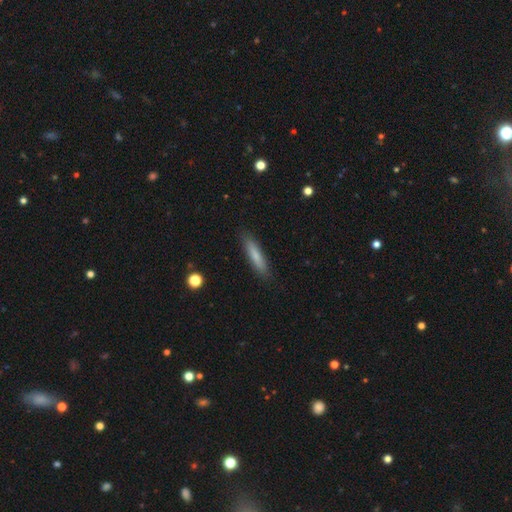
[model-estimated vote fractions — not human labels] smooth 75%, featured or disk 18%, star or artifact 6%. Down the decision tree: how rounded — cigar-shaped (85%); merging — none (88%).